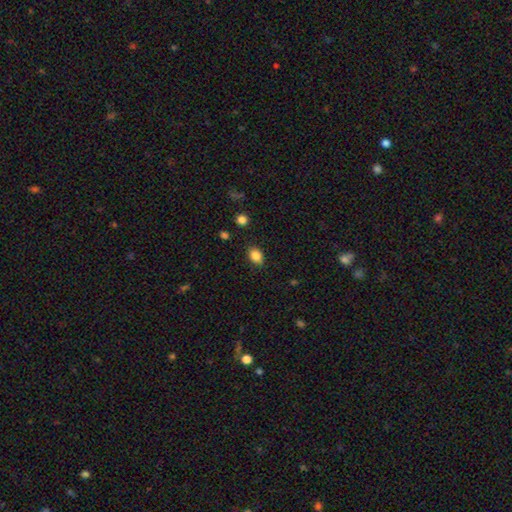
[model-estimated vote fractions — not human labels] Q: Smooth or featured?
A: smooth (85%); runner-up: star or artifact (10%)
Q: How rounded?
A: in between (68%); runner-up: round (31%)
Q: Merging?
A: none (84%); runner-up: minor disturbance (11%)